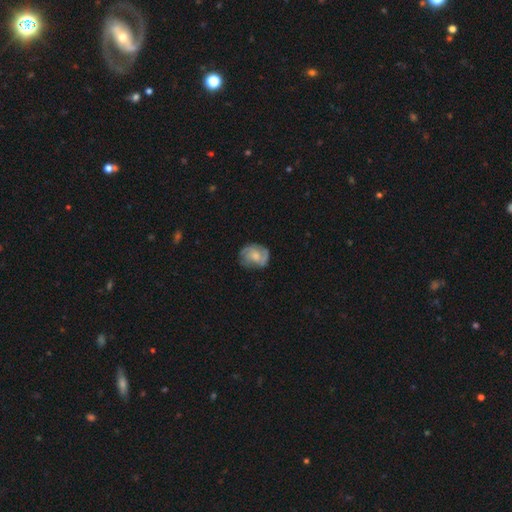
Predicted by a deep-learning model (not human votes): This is likely a featured or disk galaxy (62%). It is clearly not viewed edge-on (97%). Bar: likely no (72%). Spiral arm pattern: clearly yes (87%). Spiral arm count: marginally 2 (34%). Spiral winding: marginally tight (43%). Central bulge: possibly moderate (48%). Merging: likely none (70%).